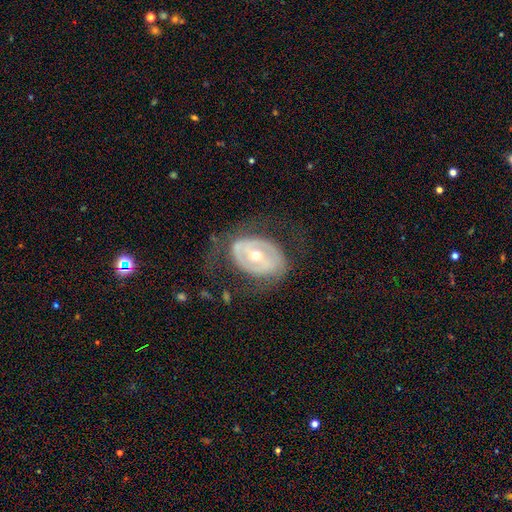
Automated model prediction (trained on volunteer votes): featured or disk 75%, smooth 19%, star or artifact 6%. Down the decision tree: edge-on disk — no (94%); bar — no (42%); spiral arms — yes (54%); bulge size — small (50%); merging — none (57%).